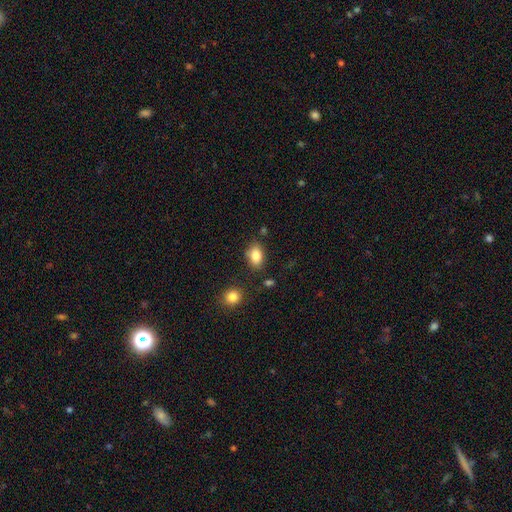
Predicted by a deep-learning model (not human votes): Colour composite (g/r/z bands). It shows a smooth galaxy with no disk features (85%) that is in between round and cigar-shaped (83%). Merging: none (77%).